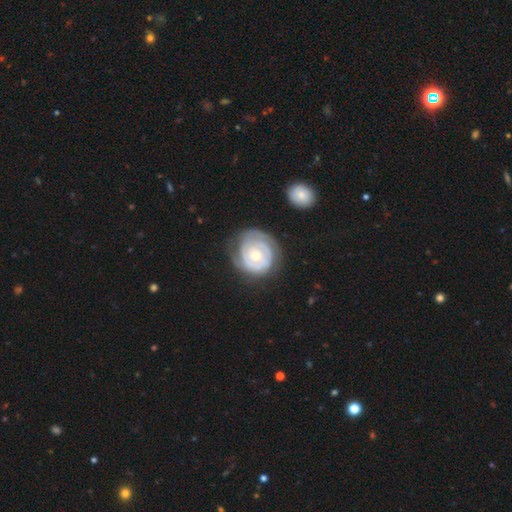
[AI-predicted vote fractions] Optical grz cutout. It shows a featured or disk galaxy (82%) with no bar (80%), 2 (34%, tied with can't tell) tight (79%) spiral arms (90%) and a moderate central bulge (49%). Merging: none (66%).